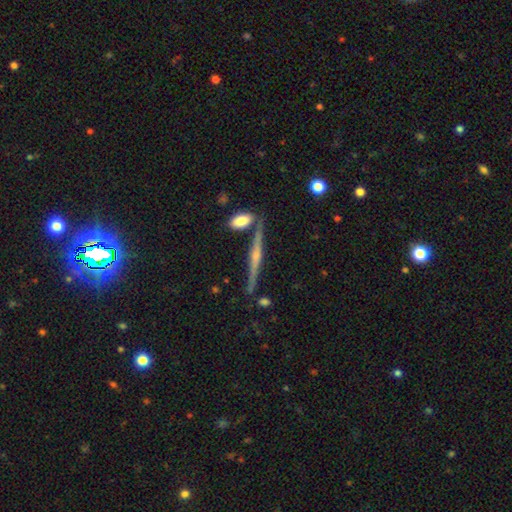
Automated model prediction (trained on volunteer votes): Morphology: type=featured or disk (74%); edge-on=yes (97%); edge-on bulge=rounded (73%); merging=none (81%).